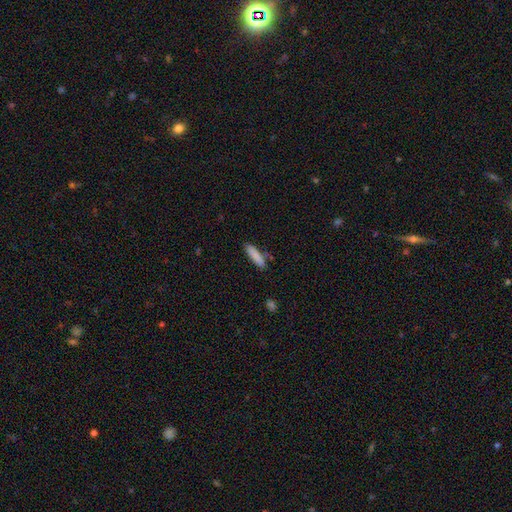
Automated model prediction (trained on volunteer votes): smooth-or-featured: smooth: 85% | featured or disk: 8% | star or artifact: 7%
  how-rounded: cigar-shaped: 75% | in between: 23% | round: 1%
  merging: none: 79% | minor disturbance: 14% | merger: 5% | major disturbance: 3%